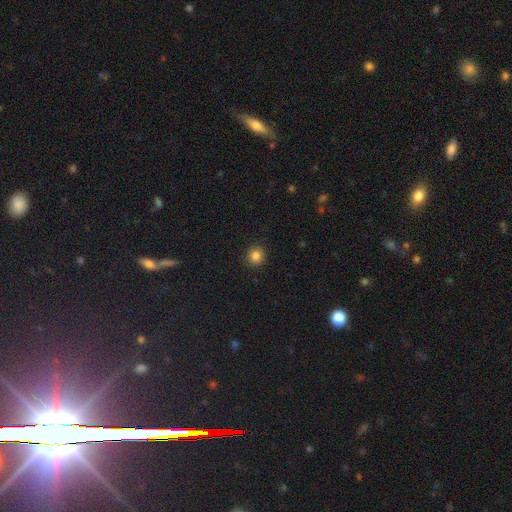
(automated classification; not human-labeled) Q: Smooth or featured?
A: smooth (85%); runner-up: star or artifact (11%)
Q: How rounded?
A: round (90%); runner-up: in between (9%)
Q: Merging?
A: none (90%); runner-up: minor disturbance (7%)